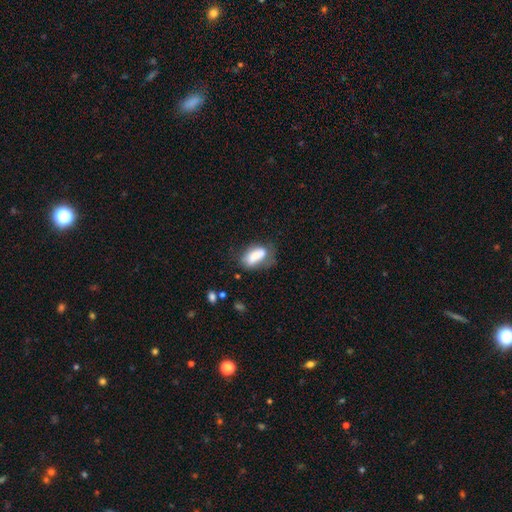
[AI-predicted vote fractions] Morphology: type=smooth (73%); roundness=in between (87%); merging=none (41%).